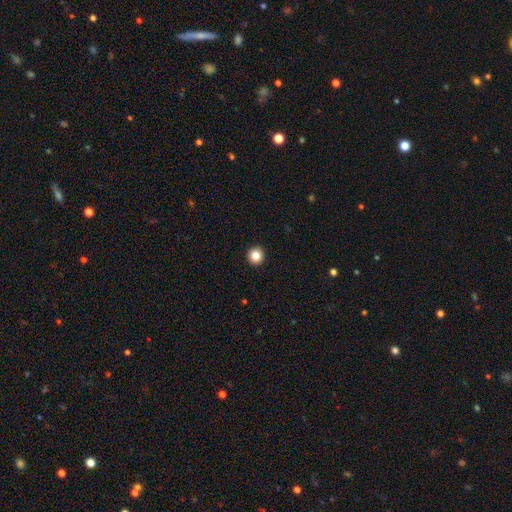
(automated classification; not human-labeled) This appears to be a smooth galaxy with no disk features (85%) that is round (94%). Merging: none (94%).